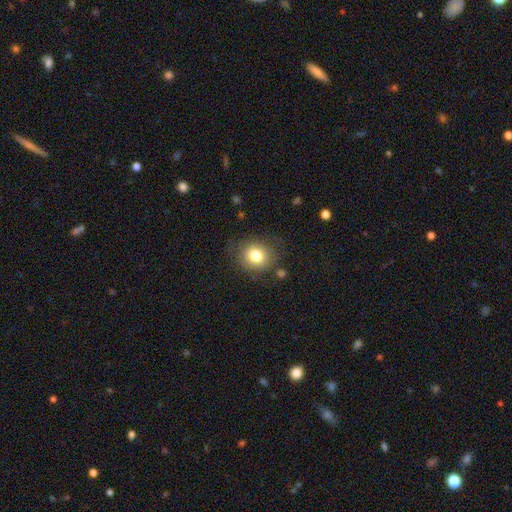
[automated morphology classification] Smooth or featured: smooth — 79% (star or artifact — 11%)
How rounded: round — 74% (in between — 26%)
Merging: none — 79% (minor disturbance — 13%)